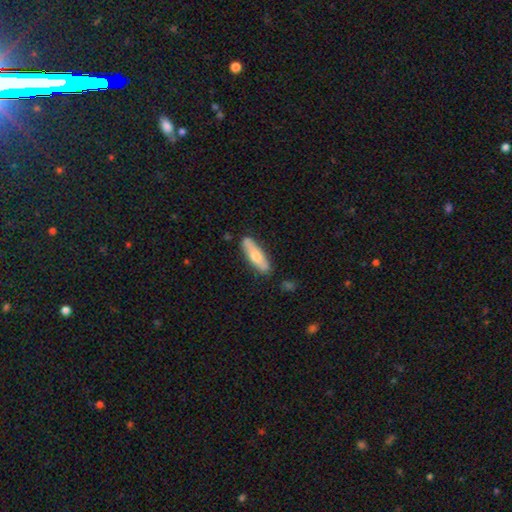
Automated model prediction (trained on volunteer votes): Q: Smooth or featured?
A: smooth (63%); runner-up: featured or disk (31%)
Q: How rounded?
A: cigar-shaped (59%); runner-up: in between (39%)
Q: Merging?
A: none (82%); runner-up: minor disturbance (13%)